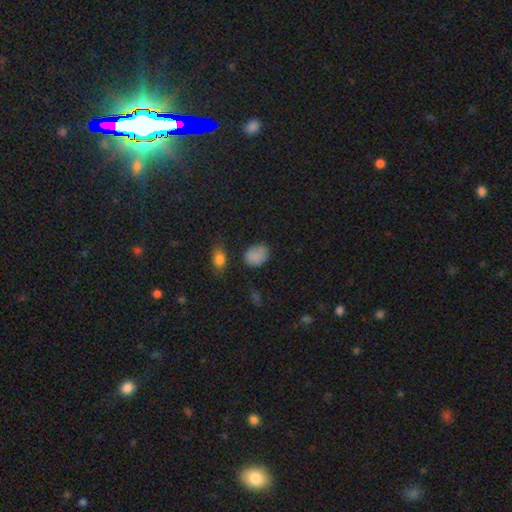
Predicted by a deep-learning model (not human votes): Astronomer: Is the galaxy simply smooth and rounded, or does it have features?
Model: smooth — 83%.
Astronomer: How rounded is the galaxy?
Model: in between — 66%.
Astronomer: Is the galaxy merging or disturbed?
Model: none — 70%.